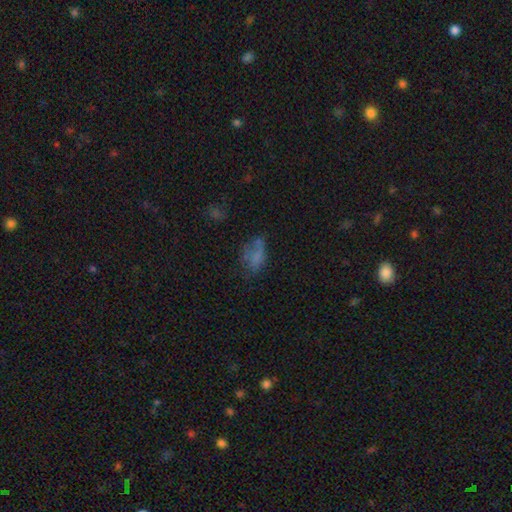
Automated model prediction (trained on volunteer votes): A smooth galaxy with no disk features (59%) that is in between round and cigar-shaped (84%). Merging: none (39%).